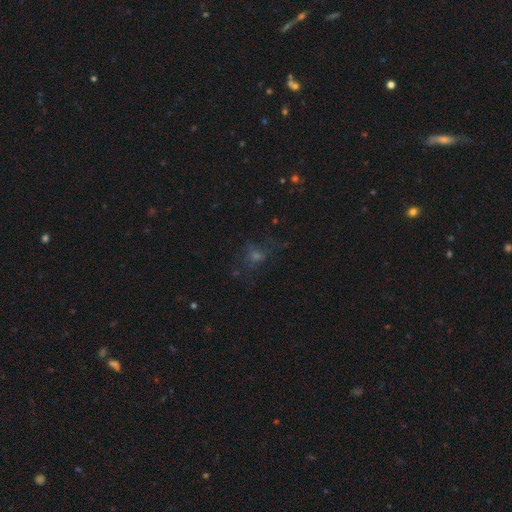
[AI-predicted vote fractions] Smooth or featured? Predicted: star or artifact (p=0.39).